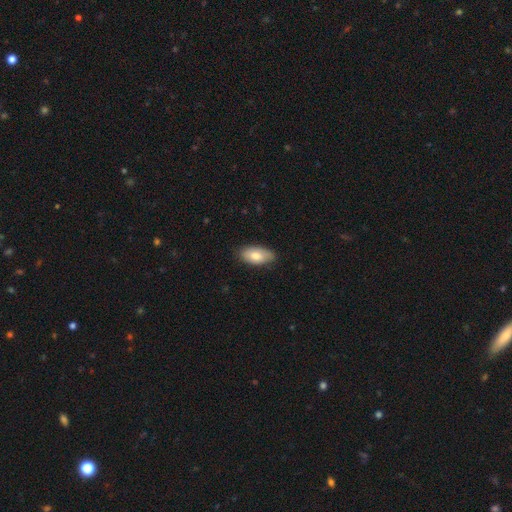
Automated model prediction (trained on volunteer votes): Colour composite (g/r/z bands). It shows a smooth galaxy with no disk features (78%) that is in between round and cigar-shaped (93%). Merging: none (81%).